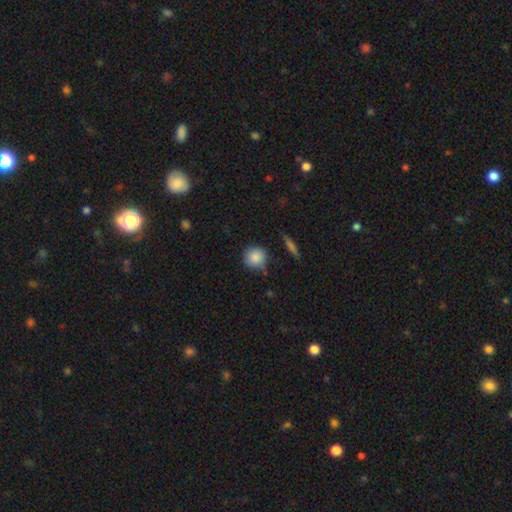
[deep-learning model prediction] Smooth or featured?
  - smooth: 87% *
  - star or artifact: 8%
  - featured or disk: 5%
How rounded?
  - round: 91% *
  - in between: 7%
  - cigar-shaped: 1%
Merging?
  - none: 80% *
  - minor disturbance: 14%
  - merger: 3%
  - major disturbance: 3%